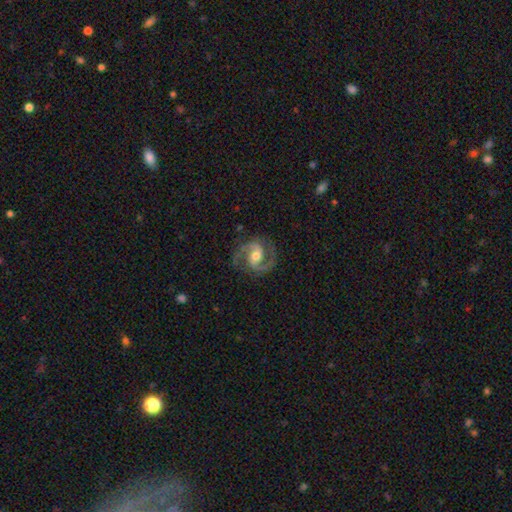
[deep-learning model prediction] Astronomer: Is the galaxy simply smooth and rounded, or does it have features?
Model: featured or disk — 91%.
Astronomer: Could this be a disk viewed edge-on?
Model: no — 98%.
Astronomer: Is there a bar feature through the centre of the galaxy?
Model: weak — 44% (runner-up: no, 33%).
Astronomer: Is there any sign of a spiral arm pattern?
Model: yes — 98%.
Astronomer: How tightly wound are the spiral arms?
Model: medium — 64%.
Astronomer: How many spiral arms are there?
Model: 2 — 94%.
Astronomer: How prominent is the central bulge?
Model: moderate — 68%.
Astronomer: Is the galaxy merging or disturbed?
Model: none — 83%.